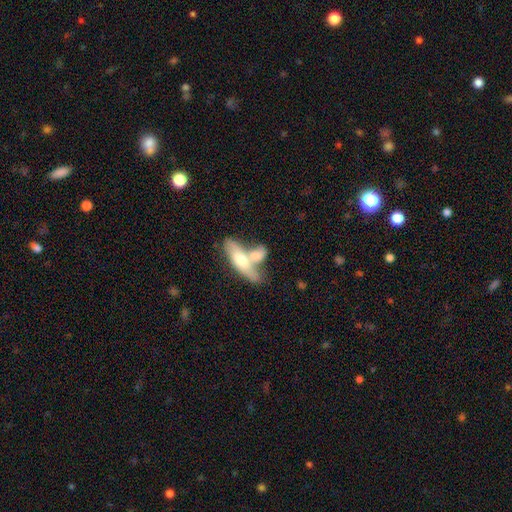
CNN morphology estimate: type=smooth (59%); roundness=in between (60%); merging=merger (65%).